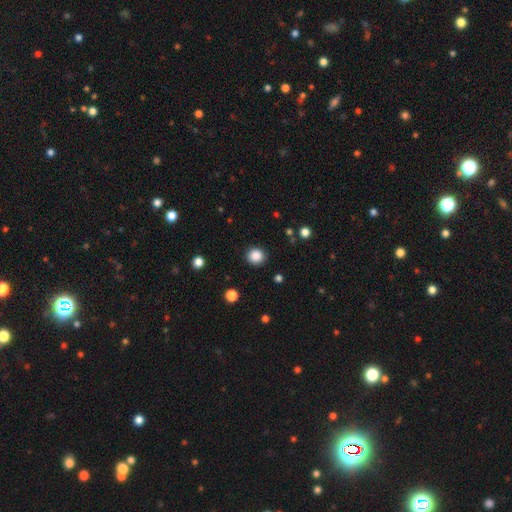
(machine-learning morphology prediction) type=smooth (87%); roundness=round (88%); merging=none (90%).